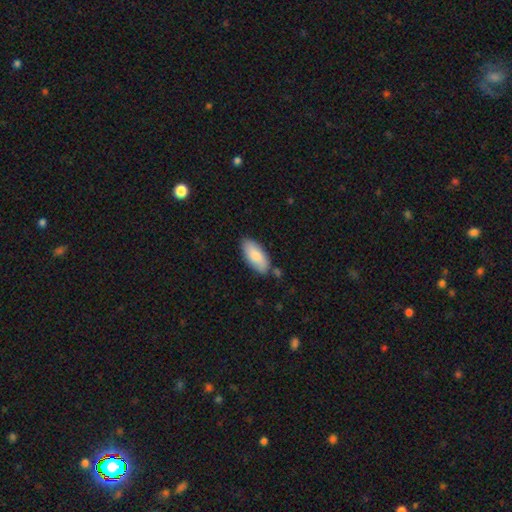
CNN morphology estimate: This appears to be a smooth galaxy with no disk features (82%) that is in between round and cigar-shaped (89%). Merging: none (79%).